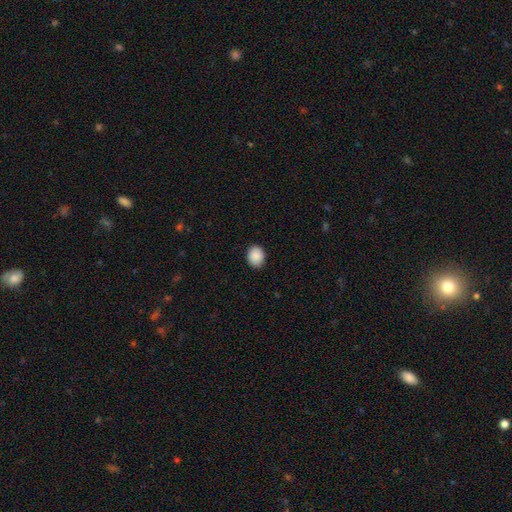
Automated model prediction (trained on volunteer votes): This appears to be a smooth galaxy with no disk features (90%) that is round (55%). Merging: none (89%).